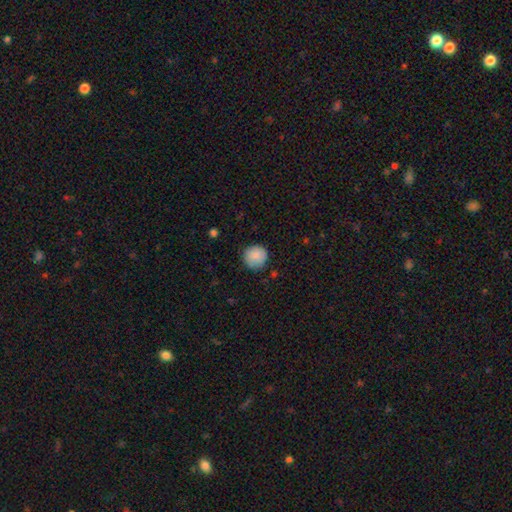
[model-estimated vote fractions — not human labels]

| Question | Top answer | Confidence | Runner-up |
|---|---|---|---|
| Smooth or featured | smooth | 87% | star or artifact (8%) |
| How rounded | round | 94% | in between (5%) |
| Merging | none | 86% | minor disturbance (11%) |